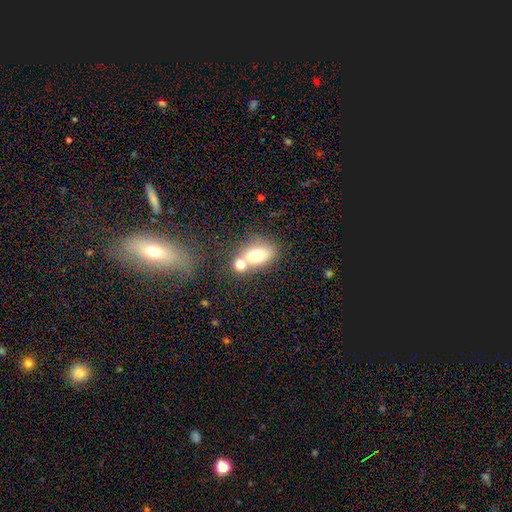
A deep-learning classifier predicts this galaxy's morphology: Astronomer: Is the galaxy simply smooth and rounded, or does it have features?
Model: smooth — 71%.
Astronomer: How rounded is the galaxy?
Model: in between — 75%.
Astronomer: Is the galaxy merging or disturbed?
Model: merger — 51% (runner-up: none, 35%).